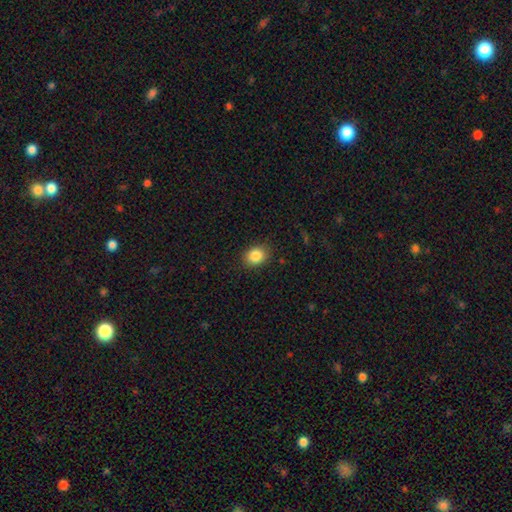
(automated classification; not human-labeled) Smooth or featured?
  - smooth: 85% *
  - star or artifact: 9%
  - featured or disk: 5%
How rounded?
  - round: 51% *
  - in between: 48%
  - cigar-shaped: 1%
Merging?
  - none: 86% *
  - minor disturbance: 10%
  - major disturbance: 3%
  - merger: 1%